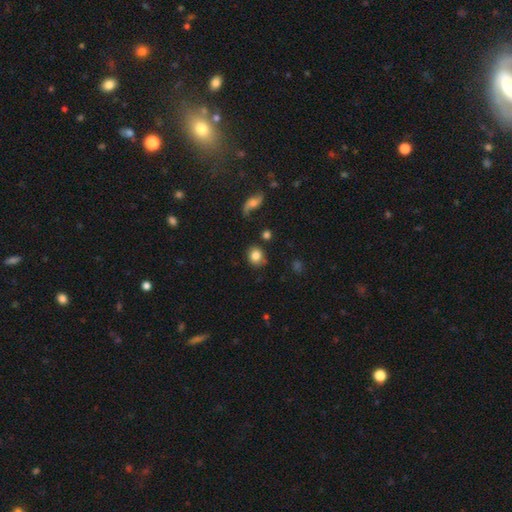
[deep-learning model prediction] Overall: smooth (80%). How rounded: round (75%). Merging: none (75%).